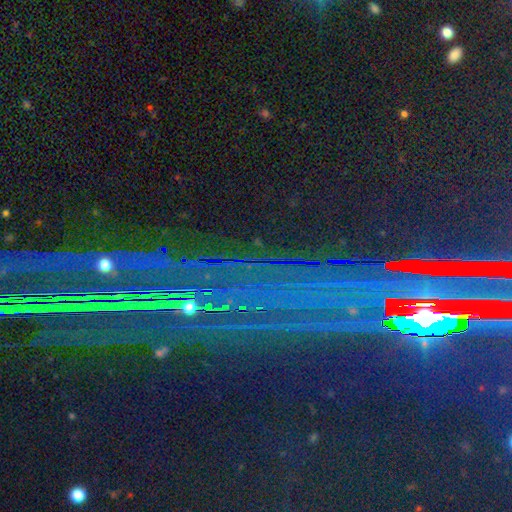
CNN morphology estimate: Smooth or featured: star or artifact — 87% (featured or disk — 7%)